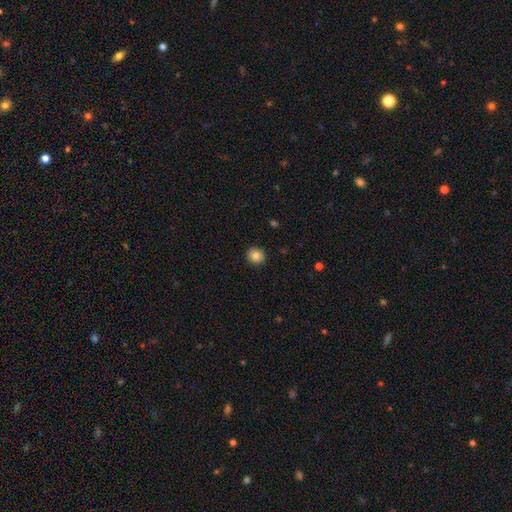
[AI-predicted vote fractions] A smooth galaxy with no disk features (84%) that is round (86%). Merging: none (91%).